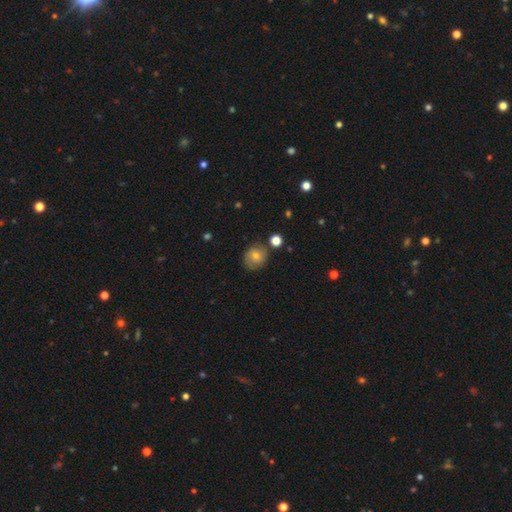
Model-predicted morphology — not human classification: This appears to be a smooth galaxy with no disk features (68%) that is round (82%). Merging: none (76%).